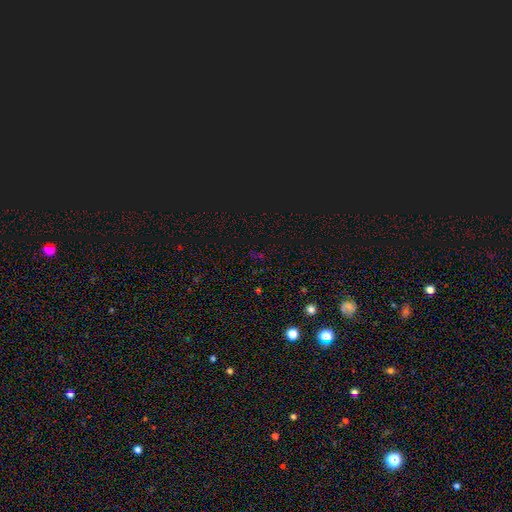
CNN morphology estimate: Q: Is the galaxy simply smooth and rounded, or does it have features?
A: star or artifact — 69%.